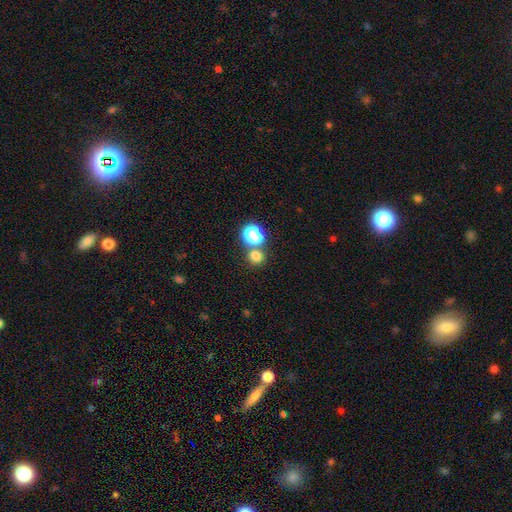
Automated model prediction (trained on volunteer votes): smooth-or-featured: smooth: 73% | star or artifact: 21% | featured or disk: 6%
  how-rounded: round: 84% | in between: 15% | cigar-shaped: 1%
  merging: none: 67% | merger: 23% | minor disturbance: 7% | major disturbance: 3%